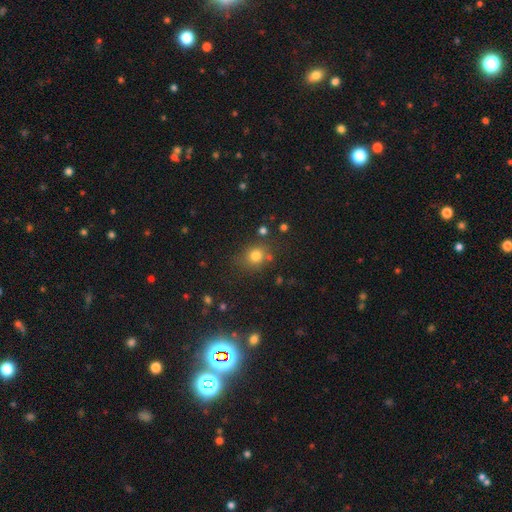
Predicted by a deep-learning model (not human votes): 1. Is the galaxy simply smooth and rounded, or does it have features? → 77% smooth, 15% star or artifact, 8% featured or disk.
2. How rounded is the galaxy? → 74% round, 25% in between, 1% cigar-shaped.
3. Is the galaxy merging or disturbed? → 73% none, 14% minor disturbance, 8% merger, 5% major disturbance.